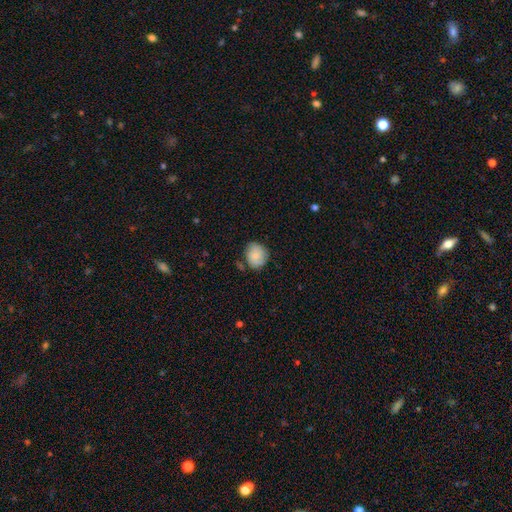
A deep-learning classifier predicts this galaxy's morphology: The model was most divided on "how rounded": round: 68%, in between: 31%, cigar-shaped: 1%. More confident: smooth or featured — smooth (79%); merging — none (69%).